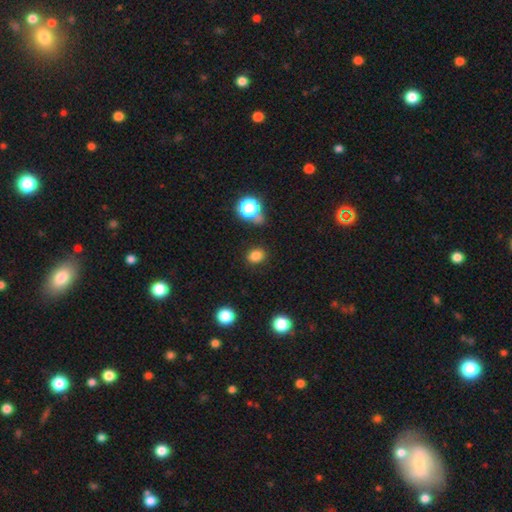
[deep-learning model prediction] smooth 81%, star or artifact 14%, featured or disk 5%. Down the decision tree: how rounded — round (50%); merging — none (82%).